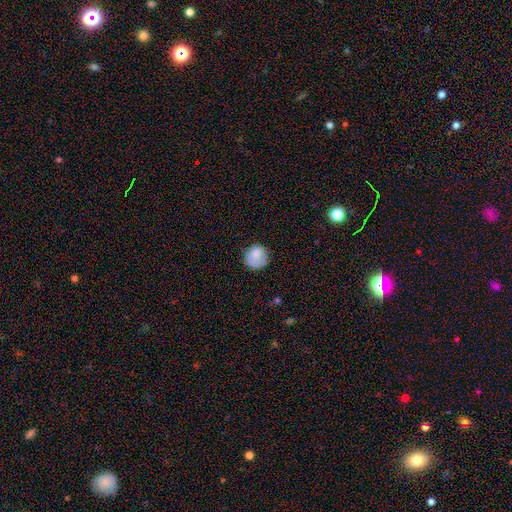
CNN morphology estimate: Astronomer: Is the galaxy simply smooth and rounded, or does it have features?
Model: smooth — 79%.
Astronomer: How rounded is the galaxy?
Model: round — 84%.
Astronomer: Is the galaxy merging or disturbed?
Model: none — 69%.